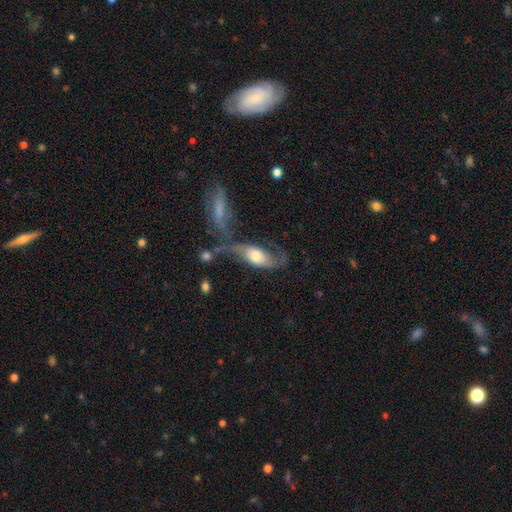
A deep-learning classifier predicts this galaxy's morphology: featured or disk 62%, smooth 31%, star or artifact 7%. Down the decision tree: edge-on disk — no (86%); bar — no (63%); spiral arms — yes (81%); bulge size — moderate (57%); merging — merger (34%).